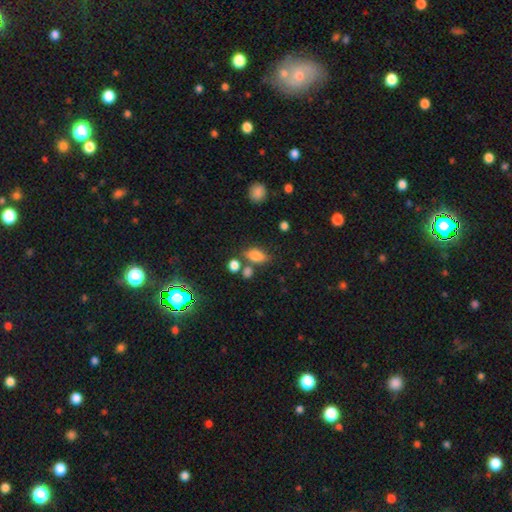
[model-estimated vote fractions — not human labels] smooth 78%, star or artifact 11%, featured or disk 10%. Down the decision tree: how rounded — in between (82%); merging — none (62%).